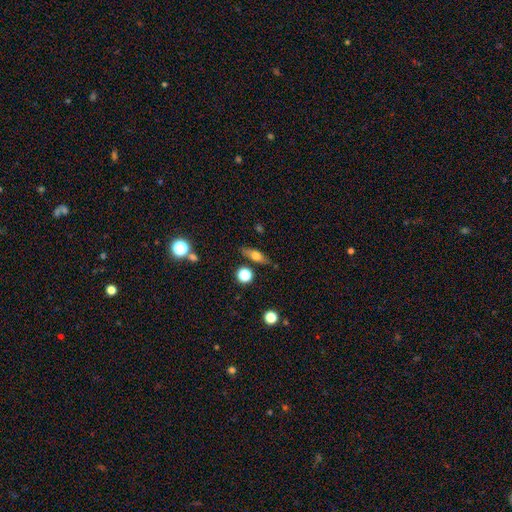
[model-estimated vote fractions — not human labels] Overall: smooth (52%; featured or disk 38%). How rounded: in between (50%; cigar-shaped 40%). Merging: none (80%).